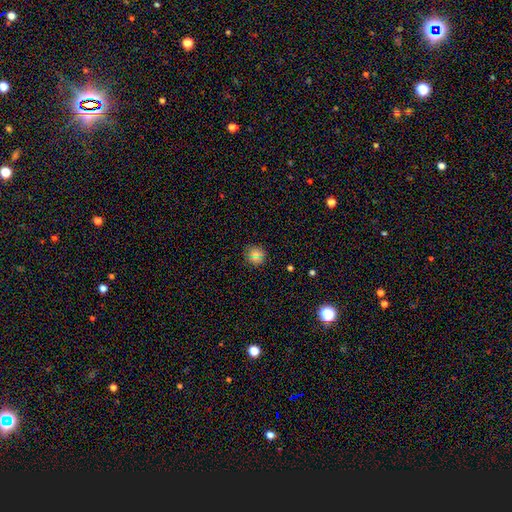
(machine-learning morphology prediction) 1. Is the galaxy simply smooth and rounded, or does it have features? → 79% smooth, 14% star or artifact, 7% featured or disk.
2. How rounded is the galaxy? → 93% round, 6% in between, 1% cigar-shaped.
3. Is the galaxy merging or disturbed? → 87% none, 9% minor disturbance, 2% major disturbance, 2% merger.